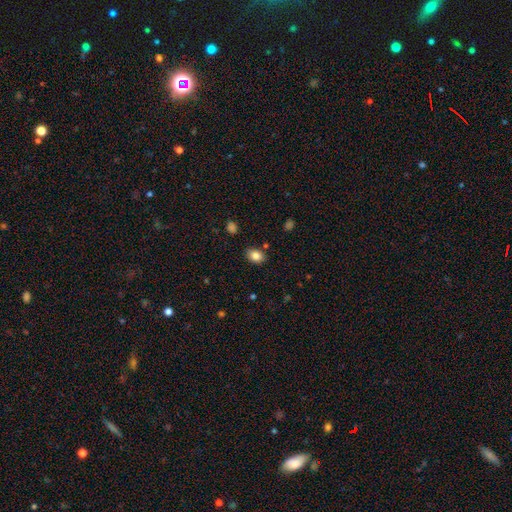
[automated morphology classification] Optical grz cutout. It shows a smooth galaxy with no disk features (83%) that is in between round and cigar-shaped (72%). Merging: none (84%).